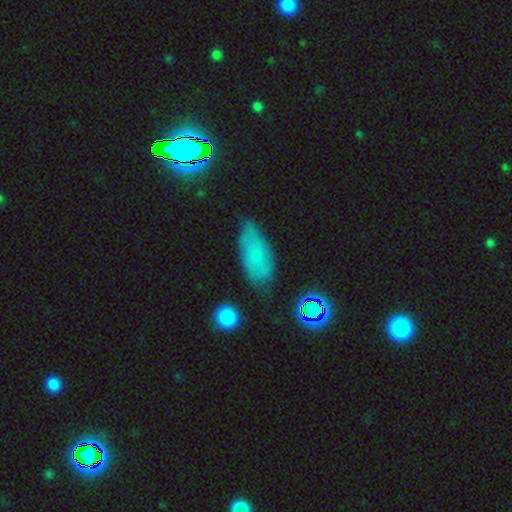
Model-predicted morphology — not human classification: Smooth or featured? smooth (63%)
How rounded? in between (83%)
Merging? none (69%)